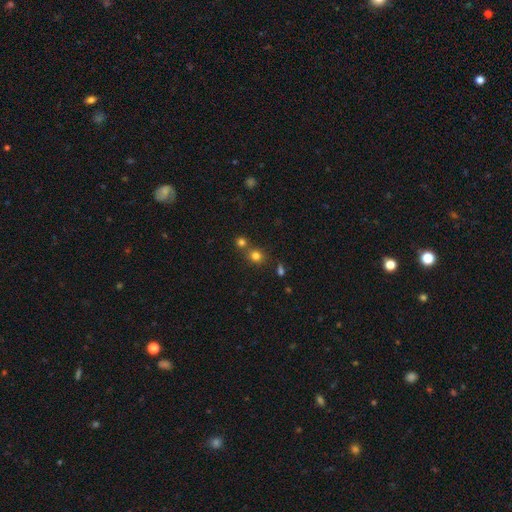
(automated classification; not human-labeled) This is likely a smooth galaxy (77%). How rounded: clearly round (80%). Merging: likely none (63%).